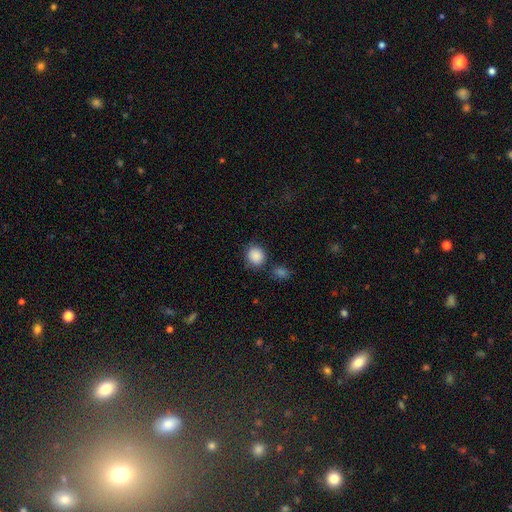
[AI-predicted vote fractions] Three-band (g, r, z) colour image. It shows a smooth galaxy with no disk features (88%) that is round (78%). Merging: none (76%).